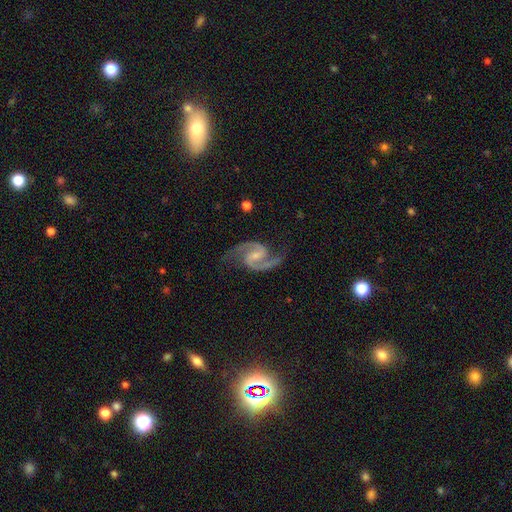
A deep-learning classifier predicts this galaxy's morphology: A featured or disk galaxy (93%) with a weak bar (51%), 2 (95%) medium (65%) spiral arms (99%) and a small central bulge (56%).

Vote fractions:
- Smooth or featured? featured or disk: 93% / star or artifact: 4% / smooth: 3%
- Edge-on disk? no: 98% / yes: 2%
- Bar? weak: 51% / no: 27% / strong: 22%
- Spiral arms? yes: 99% / no: 1%
- Spiral winding? medium: 65% / loose: 23% / tight: 12%
- Spiral arm count? 2: 95% / can't tell: 1% / 3: 1% / 1: 1% / 4: 1% / more than 4: 1%
- Bulge size? small: 56% / moderate: 29% / none: 13% / large: 2% / dominant: 1%
- Merging? none: 79% / minor disturbance: 14% / major disturbance: 5% / merger: 1%